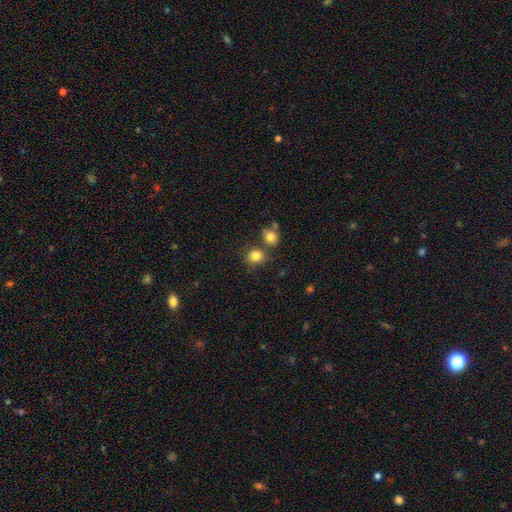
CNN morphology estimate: The model was most divided on "merging": none: 65%, merger: 21%, minor disturbance: 11%, major disturbance: 4%. More confident: smooth or featured — smooth (82%); how rounded — round (75%).